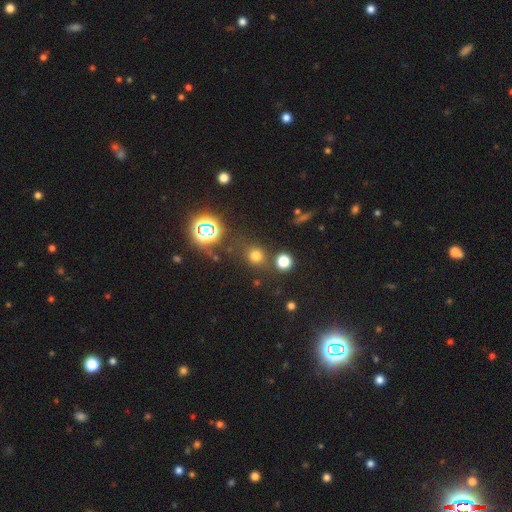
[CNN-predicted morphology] A smooth galaxy with no disk features (67%) that is round (83%).

Vote fractions:
- Smooth or featured? smooth: 67% / star or artifact: 26% / featured or disk: 7%
- How rounded? round: 83% / in between: 16% / cigar-shaped: 1%
- Merging? none: 75% / minor disturbance: 11% / merger: 9% / major disturbance: 5%